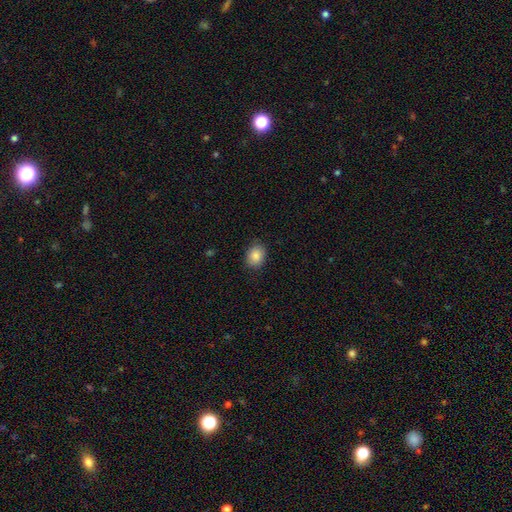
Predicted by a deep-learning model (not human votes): Smooth or featured: smooth — 87% (star or artifact — 8%)
How rounded: in between — 55% (round — 44%)
Merging: none — 85% (minor disturbance — 11%)